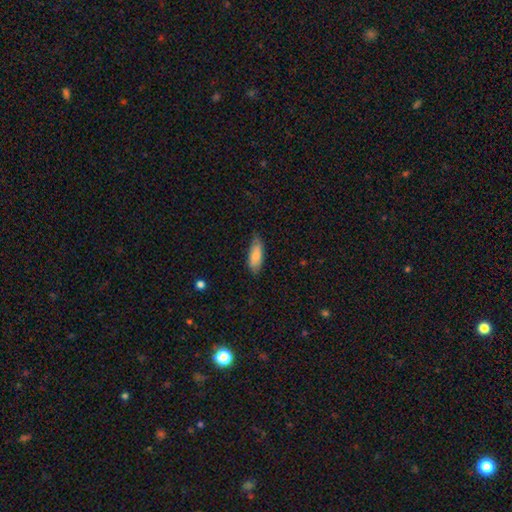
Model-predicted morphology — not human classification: Overall: smooth (84%). How rounded: in between (73%). Merging: none (76%).